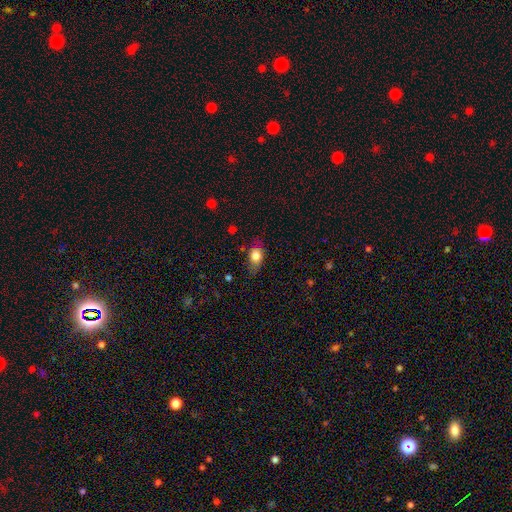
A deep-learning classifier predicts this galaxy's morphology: Smooth or featured: smooth — 79% (featured or disk — 12%)
How rounded: in between — 79% (round — 16%)
Merging: none — 68% (minor disturbance — 24%)